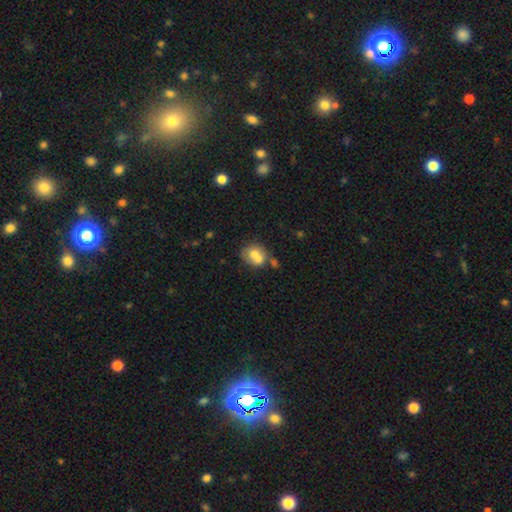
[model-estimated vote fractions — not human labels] This appears to be a smooth galaxy with no disk features (66%) that is round (66%). Merging: merger (53%).